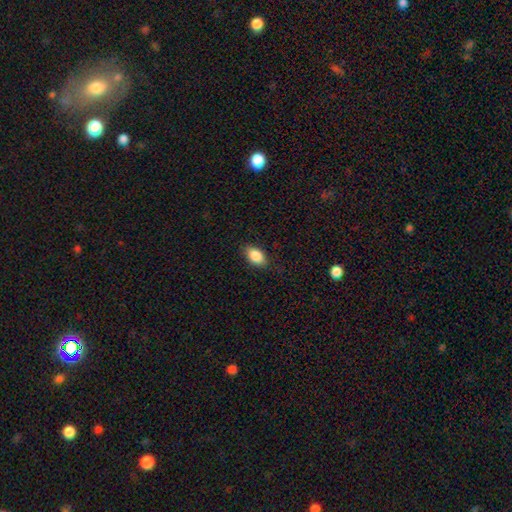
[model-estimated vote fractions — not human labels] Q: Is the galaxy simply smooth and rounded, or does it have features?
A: smooth — 86%.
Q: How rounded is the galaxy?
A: in between — 89%.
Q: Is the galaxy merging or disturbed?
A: none — 83%.